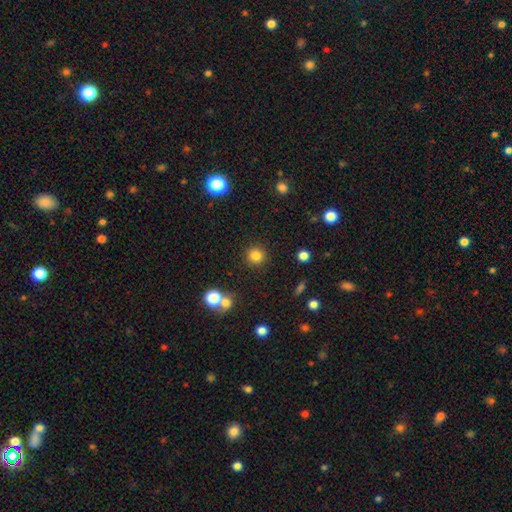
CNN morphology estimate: This is clearly a smooth galaxy (82%). How rounded: clearly round (94%). Merging: clearly none (89%).